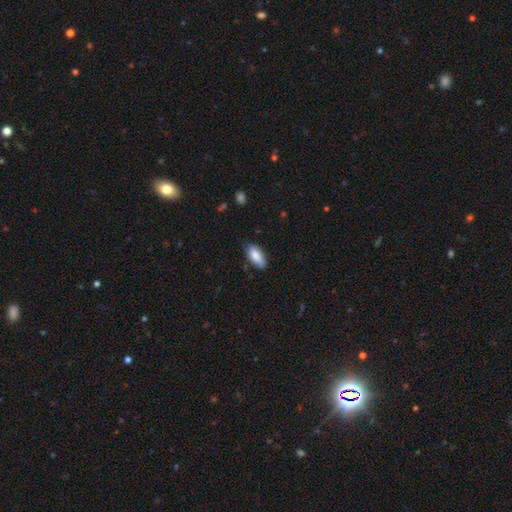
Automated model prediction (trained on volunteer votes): This appears to be a smooth galaxy with no disk features (85%) that is in between round and cigar-shaped (85%). Merging: none (74%).